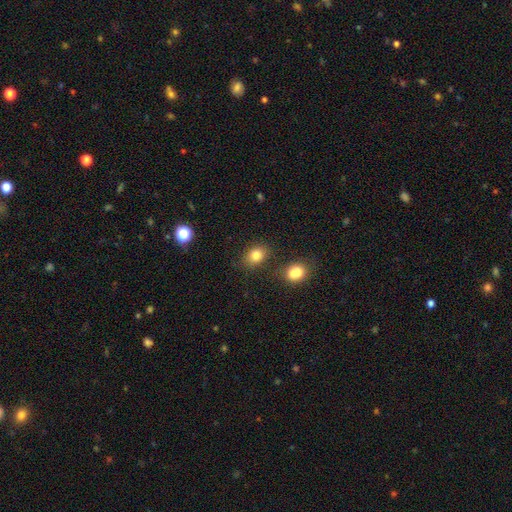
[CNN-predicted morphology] Smooth or featured?
  - smooth: 81% *
  - star or artifact: 11%
  - featured or disk: 8%
How rounded?
  - in between: 60% *
  - round: 39%
  - cigar-shaped: 1%
Merging?
  - none: 78% *
  - minor disturbance: 11%
  - merger: 8%
  - major disturbance: 3%